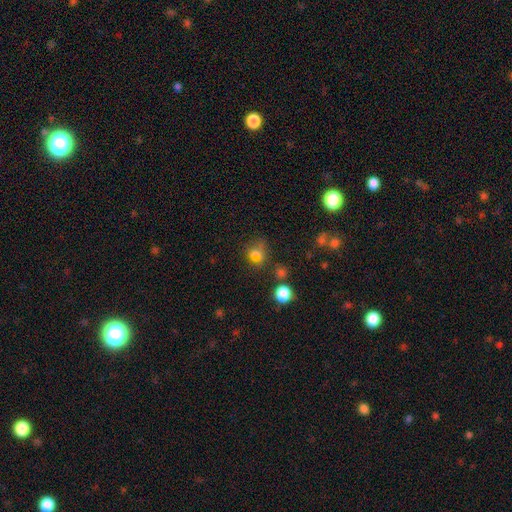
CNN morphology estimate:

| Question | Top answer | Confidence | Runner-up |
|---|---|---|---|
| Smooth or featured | smooth | 62% | star or artifact (26%) |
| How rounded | round | 65% | in between (34%) |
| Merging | none | 64% | minor disturbance (17%) |